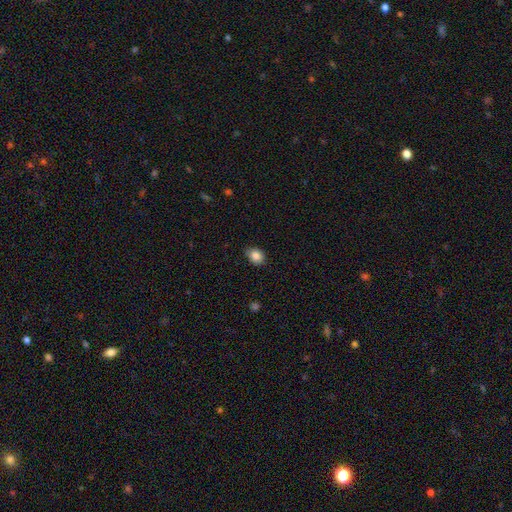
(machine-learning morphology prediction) smooth 86%, star or artifact 9%, featured or disk 5%. Down the decision tree: how rounded — in between (53%); merging — none (80%).